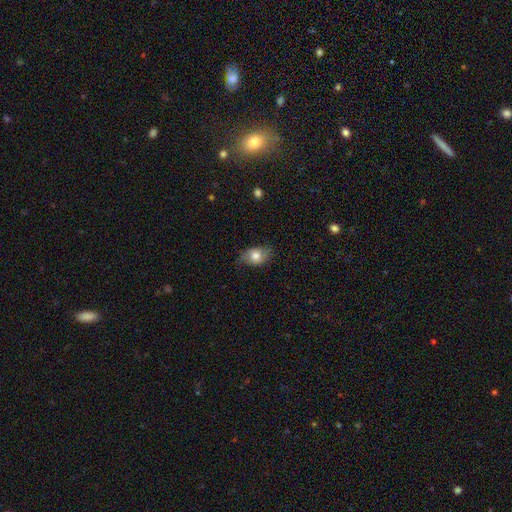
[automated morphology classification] type=smooth (70%); roundness=in between (75%); merging=none (70%).